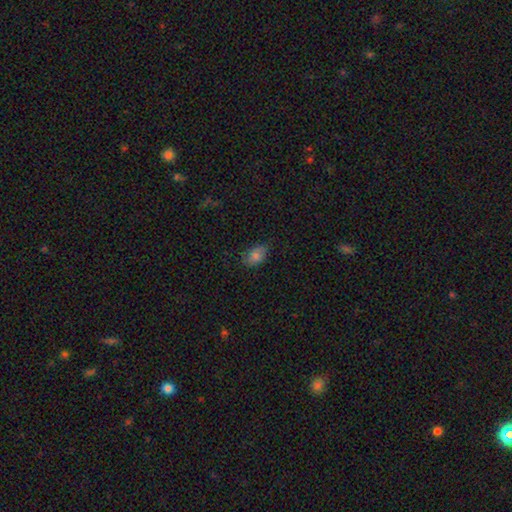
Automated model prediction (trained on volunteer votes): Overall: smooth (79%). How rounded: in between (84%). Merging: none (70%).